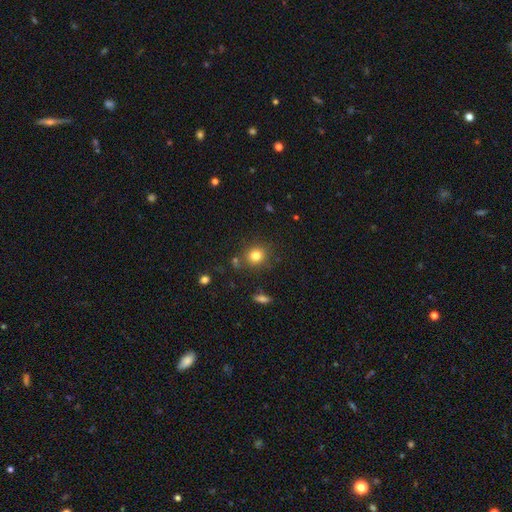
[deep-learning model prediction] Overall: smooth (80%). How rounded: round (84%). Merging: none (80%).